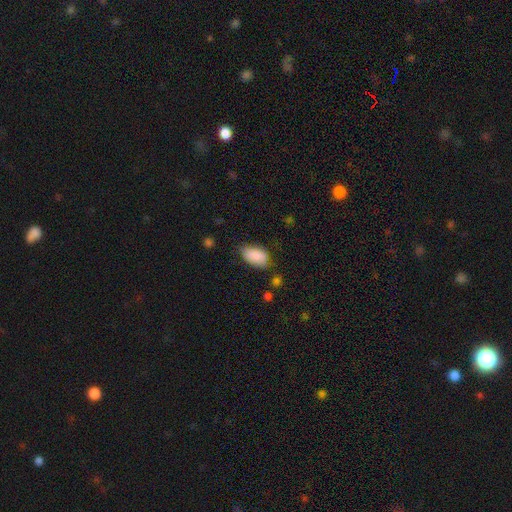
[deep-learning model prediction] Morphology: type=smooth (87%); roundness=in between (93%); merging=none (63%).